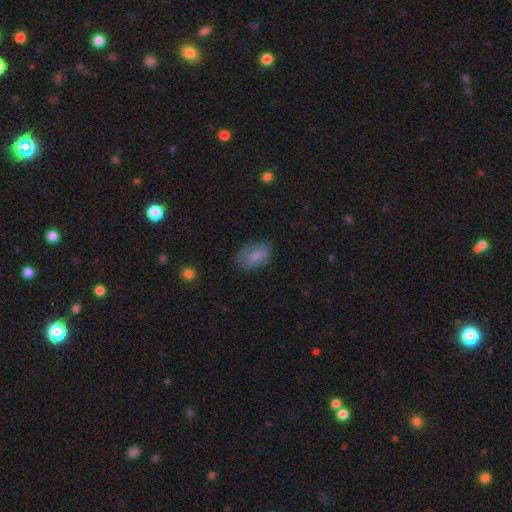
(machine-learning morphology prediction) This is likely a smooth galaxy (79%). How rounded: clearly in between (88%). Merging: likely none (70%).